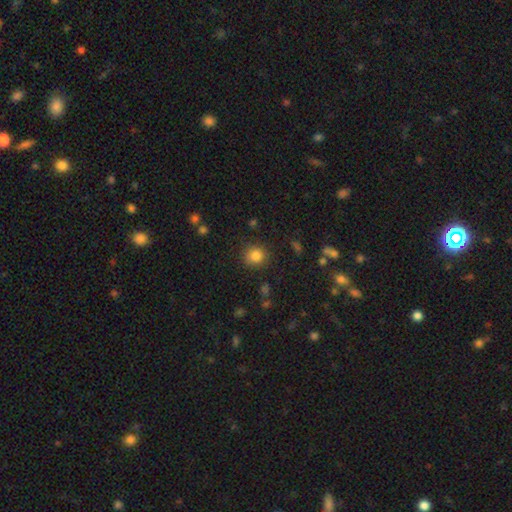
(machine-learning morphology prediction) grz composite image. It shows a smooth galaxy with no disk features (82%) that is round (88%). Merging: none (86%).